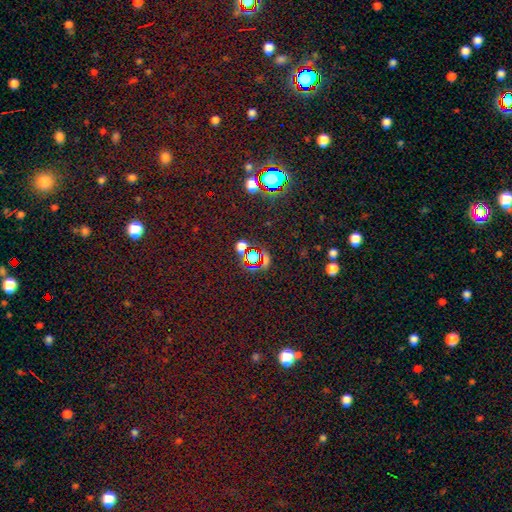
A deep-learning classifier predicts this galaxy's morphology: Overall: star or artifact (65%; smooth 26%).